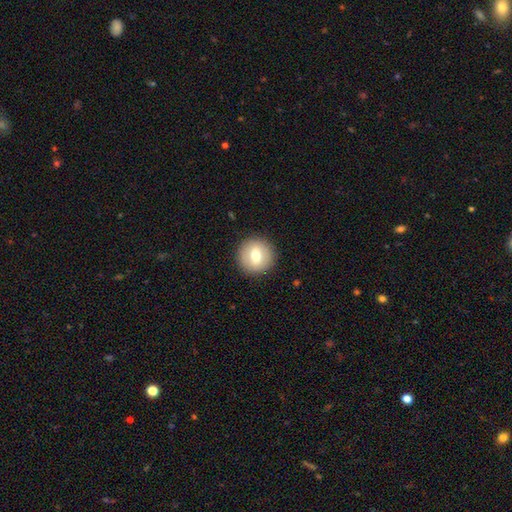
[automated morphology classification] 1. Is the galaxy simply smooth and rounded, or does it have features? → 65% smooth, 26% featured or disk, 8% star or artifact.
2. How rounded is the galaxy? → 92% round, 7% in between, 1% cigar-shaped.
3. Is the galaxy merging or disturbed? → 90% none, 6% minor disturbance, 2% major disturbance, 1% merger.